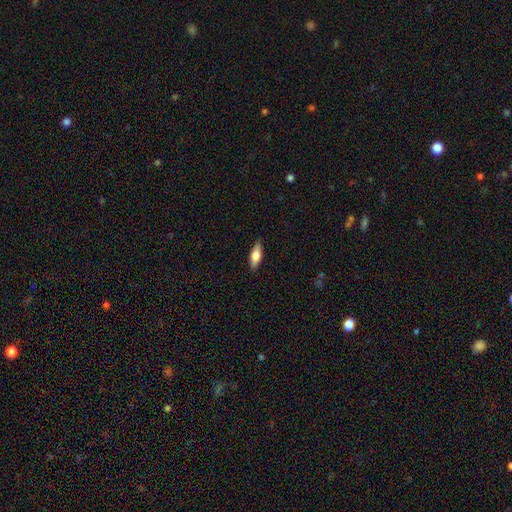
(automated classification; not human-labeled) Q: Smooth or featured?
A: smooth (60%); runner-up: featured or disk (34%)
Q: How rounded?
A: in between (58%); runner-up: cigar-shaped (39%)
Q: Merging?
A: none (88%); runner-up: minor disturbance (9%)